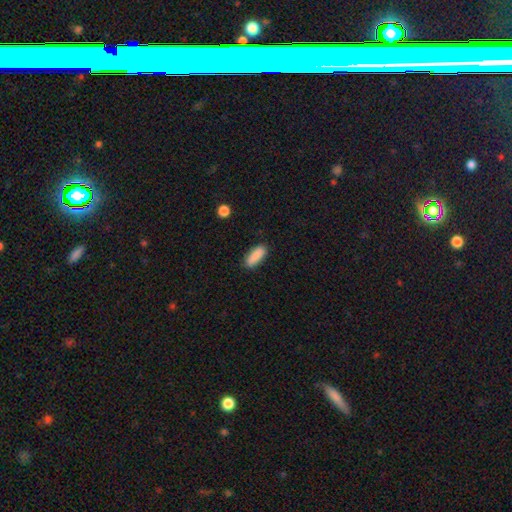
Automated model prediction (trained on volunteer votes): Morphology: type=smooth (89%); roundness=in between (68%); merging=none (87%).